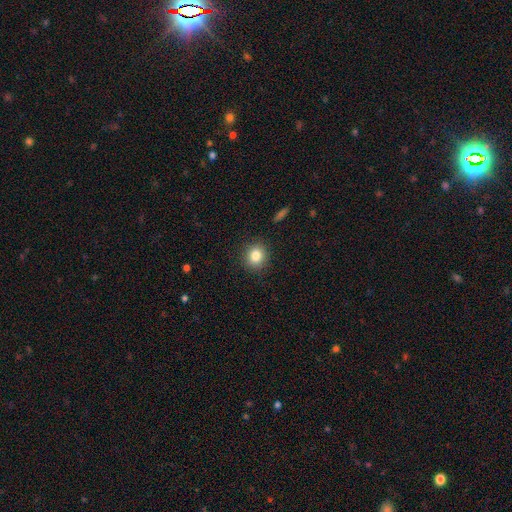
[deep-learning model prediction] Smooth or featured? Predicted: smooth (p=0.83). How rounded? Predicted: round (p=0.79). Merging? Predicted: none (p=0.89).